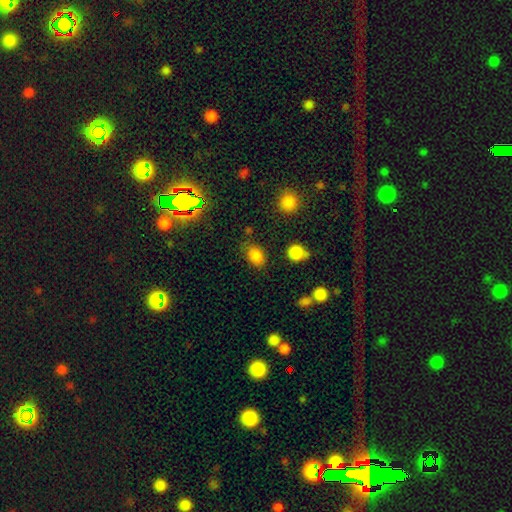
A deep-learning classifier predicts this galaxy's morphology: Smooth or featured?
  - smooth: 83% *
  - star or artifact: 12%
  - featured or disk: 5%
How rounded?
  - in between: 79% *
  - round: 19%
  - cigar-shaped: 1%
Merging?
  - none: 75% *
  - minor disturbance: 17%
  - major disturbance: 5%
  - merger: 3%